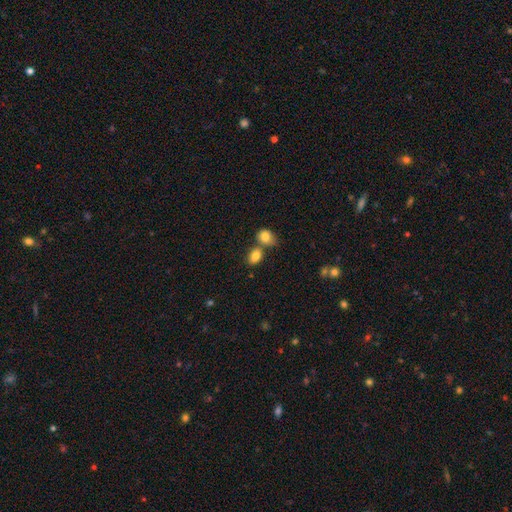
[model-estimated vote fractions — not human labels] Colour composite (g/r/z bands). It shows a smooth galaxy with no disk features (83%) that is in between round and cigar-shaped (77%). Merging: none (46%).